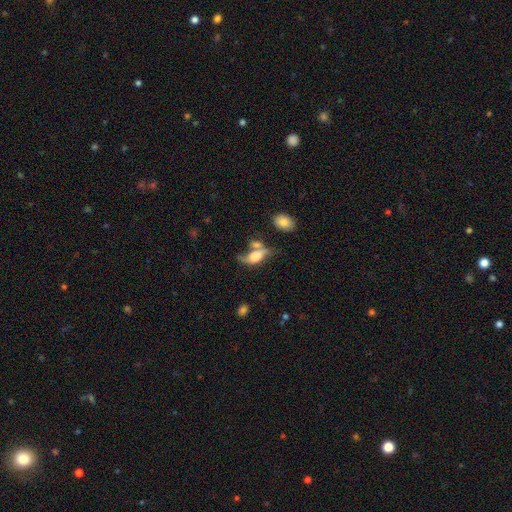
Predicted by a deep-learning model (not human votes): Q: Smooth or featured?
A: smooth (54%); runner-up: featured or disk (35%)
Q: How rounded?
A: in between (83%); runner-up: cigar-shaped (10%)
Q: Merging?
A: merger (29%); tied with: none (29%)